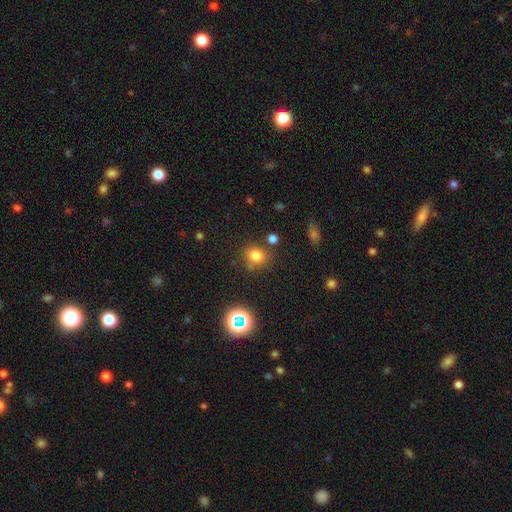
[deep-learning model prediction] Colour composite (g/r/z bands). It shows a smooth galaxy with no disk features (76%) that is round (72%). Merging: none (74%).